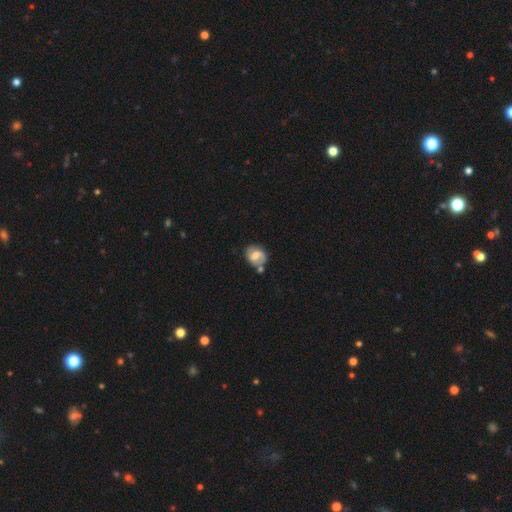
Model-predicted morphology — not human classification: Smooth or featured?
  - featured or disk: 54% *
  - smooth: 38%
  - star or artifact: 8%
Edge-on disk?
  - no: 97% *
  - yes: 3%
Bar?
  - weak: 50% *
  - no: 30%
  - strong: 20%
Spiral arms?
  - yes: 78% *
  - no: 22%
Bulge size?
  - moderate: 55% *
  - small: 23%
  - large: 15%
  - none: 6%
  - dominant: 2%
Merging?
  - none: 57% *
  - minor disturbance: 20%
  - merger: 16%
  - major disturbance: 7%